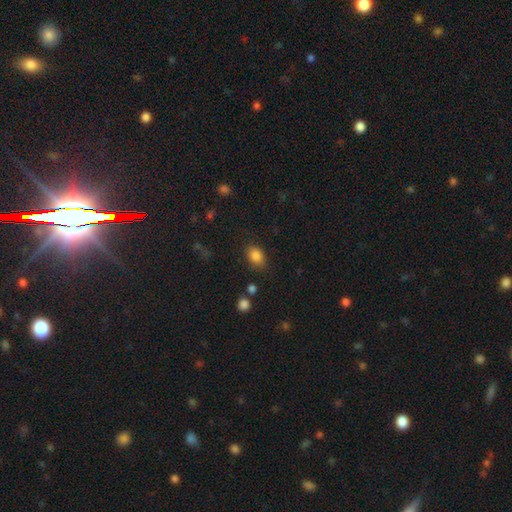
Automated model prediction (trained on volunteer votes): A smooth galaxy with no disk features (85%) that is in between round and cigar-shaped (73%).

Vote fractions:
- Smooth or featured? smooth: 85% / star or artifact: 10% / featured or disk: 5%
- How rounded? in between: 73% / round: 26% / cigar-shaped: 1%
- Merging? none: 78% / minor disturbance: 15% / major disturbance: 5% / merger: 2%